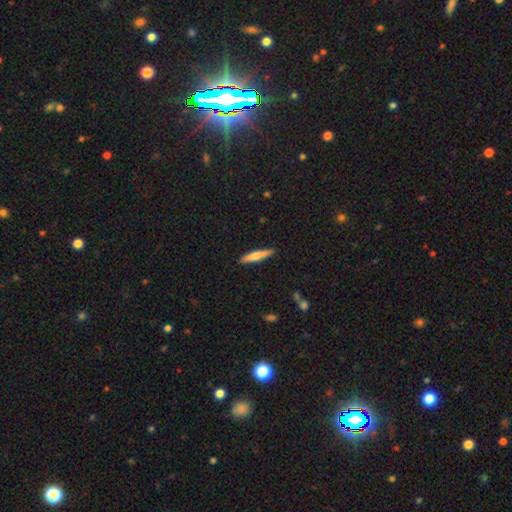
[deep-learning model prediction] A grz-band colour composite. It shows a smooth galaxy with no disk features (58%) that is cigar-shaped (90%). Merging: none (90%).